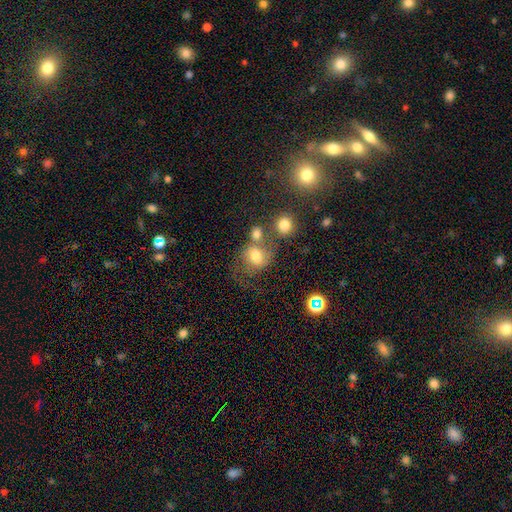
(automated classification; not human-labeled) Q: Smooth or featured?
A: smooth (62%); runner-up: featured or disk (25%)
Q: How rounded?
A: round (64%); runner-up: in between (35%)
Q: Merging?
A: none (36%); runner-up: merger (35%)